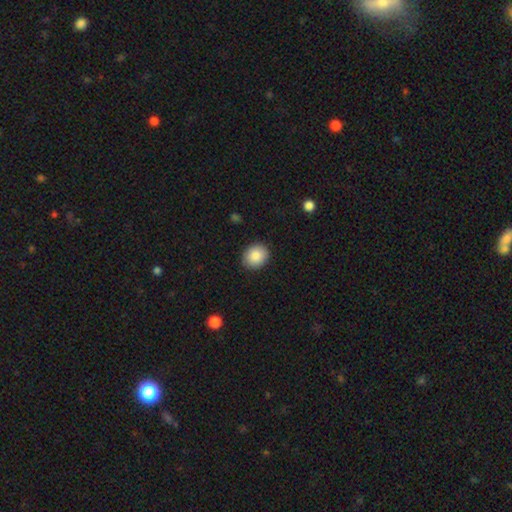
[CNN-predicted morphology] This is clearly a smooth galaxy (88%). How rounded: possibly round (55%). Merging: clearly none (88%).